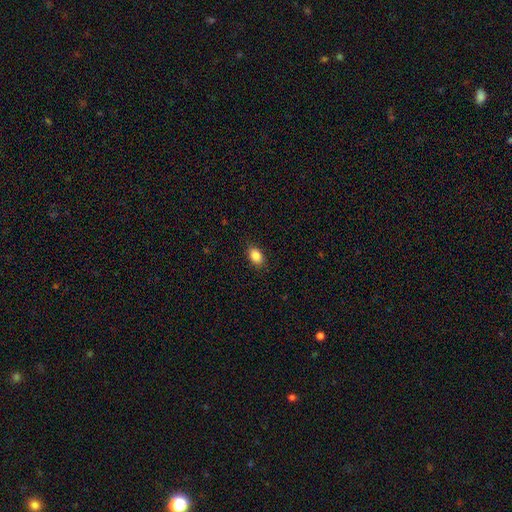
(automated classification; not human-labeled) Q: Smooth or featured?
A: smooth (87%); runner-up: star or artifact (9%)
Q: How rounded?
A: in between (83%); runner-up: round (16%)
Q: Merging?
A: none (87%); runner-up: minor disturbance (10%)